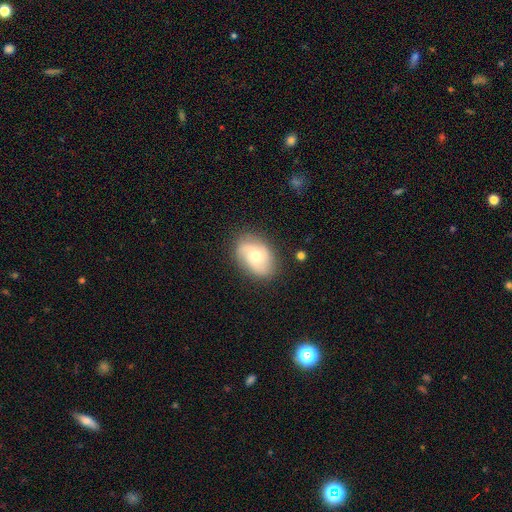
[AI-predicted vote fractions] Q: Smooth or featured?
A: featured or disk (56%); runner-up: smooth (36%)
Q: Edge-on disk?
A: no (96%); runner-up: yes (4%)
Q: Bar?
A: no (74%); runner-up: weak (22%)
Q: Spiral arms?
A: yes (86%); runner-up: no (14%)
Q: Bulge size?
A: moderate (54%); runner-up: small (41%)
Q: Merging?
A: none (77%); runner-up: minor disturbance (17%)